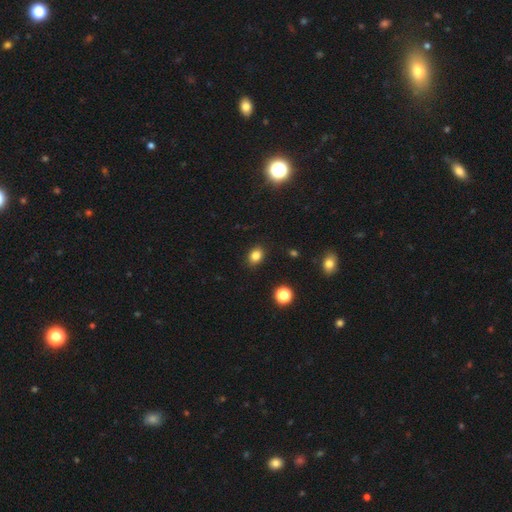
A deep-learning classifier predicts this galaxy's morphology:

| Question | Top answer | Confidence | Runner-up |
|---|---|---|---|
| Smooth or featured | smooth | 82% | star or artifact (12%) |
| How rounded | in between | 61% | round (38%) |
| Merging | none | 88% | minor disturbance (9%) |